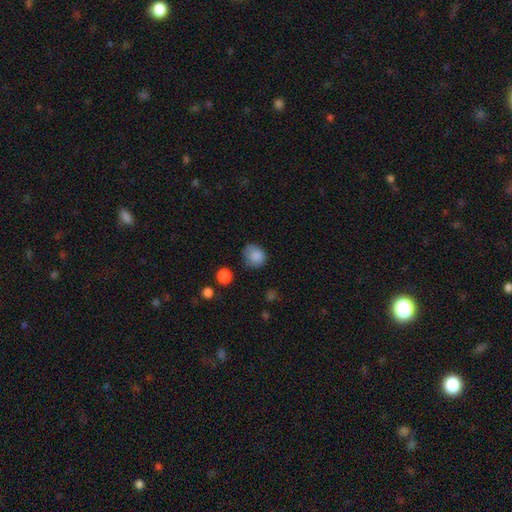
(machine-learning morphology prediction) Smooth or featured?
  - smooth: 84% *
  - star or artifact: 10%
  - featured or disk: 6%
How rounded?
  - round: 67% *
  - in between: 32%
  - cigar-shaped: 1%
Merging?
  - none: 61% *
  - minor disturbance: 29%
  - major disturbance: 8%
  - merger: 2%